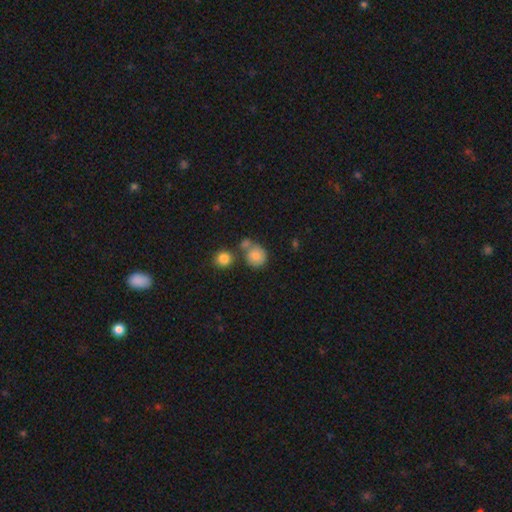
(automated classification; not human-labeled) Smooth or featured?
  - smooth: 77% *
  - featured or disk: 14%
  - star or artifact: 9%
How rounded?
  - round: 83% *
  - in between: 16%
  - cigar-shaped: 1%
Merging?
  - none: 48% *
  - merger: 32%
  - minor disturbance: 14%
  - major disturbance: 6%